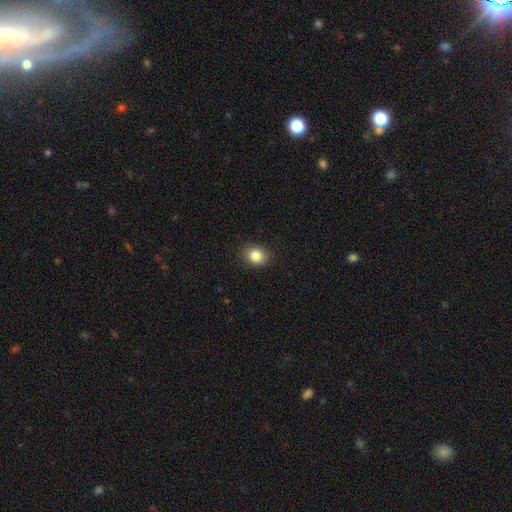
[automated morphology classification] This is clearly a smooth galaxy (85%). How rounded: possibly round (58%). Merging: clearly none (89%).